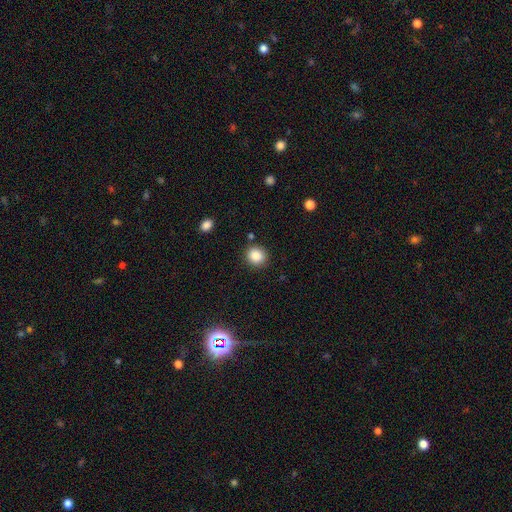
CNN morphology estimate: Q: Smooth or featured?
A: smooth (86%); runner-up: star or artifact (10%)
Q: How rounded?
A: round (83%); runner-up: in between (16%)
Q: Merging?
A: none (87%); runner-up: minor disturbance (8%)